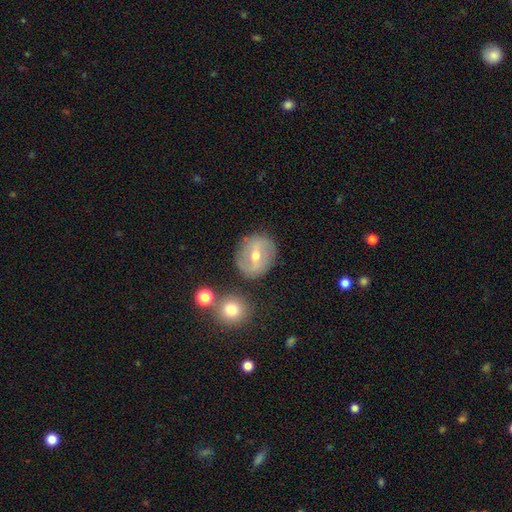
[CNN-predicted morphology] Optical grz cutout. It shows a featured or disk galaxy (60%) with a strong bar (43%), spiral arms (52%) and a moderate central bulge (59%). Merging: none (81%).